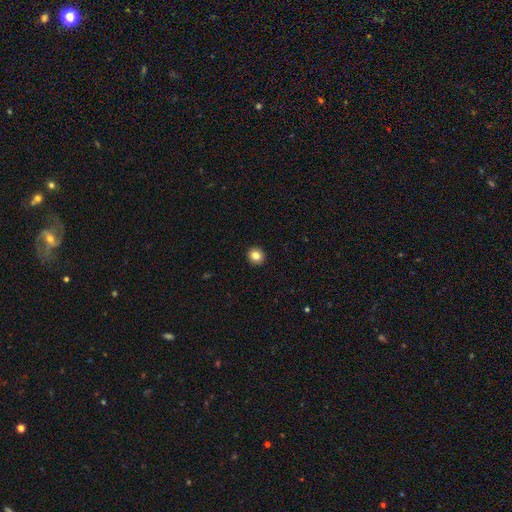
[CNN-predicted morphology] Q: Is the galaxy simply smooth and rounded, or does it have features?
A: smooth — 84%.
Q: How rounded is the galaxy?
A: round — 88%.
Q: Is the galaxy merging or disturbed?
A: none — 93%.